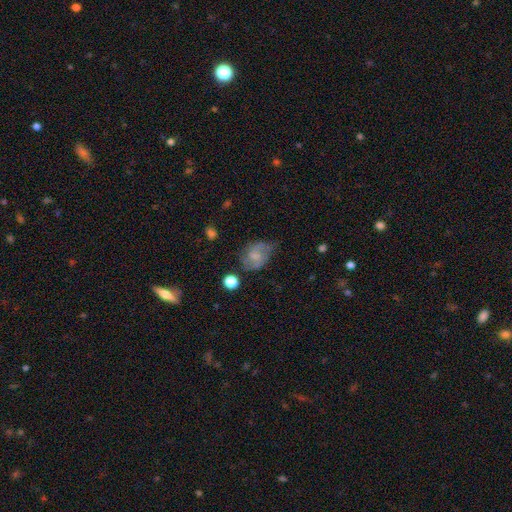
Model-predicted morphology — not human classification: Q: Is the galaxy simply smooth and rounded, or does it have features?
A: smooth — 47%.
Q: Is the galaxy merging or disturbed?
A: none — 50%.